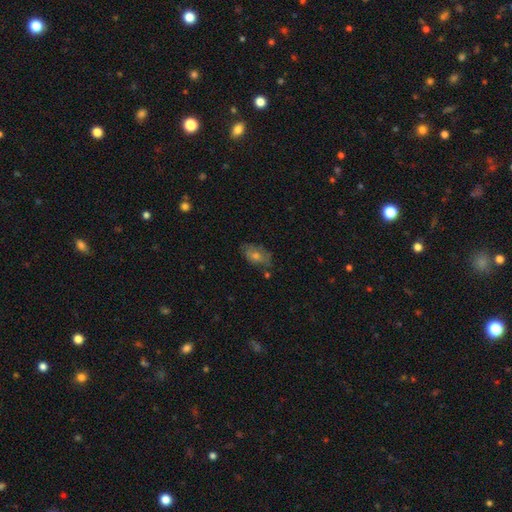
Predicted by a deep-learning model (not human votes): The model was most divided on "smooth or featured": smooth: 44%, featured or disk: 38%, star or artifact: 17%. More confident: merging — none (68%).